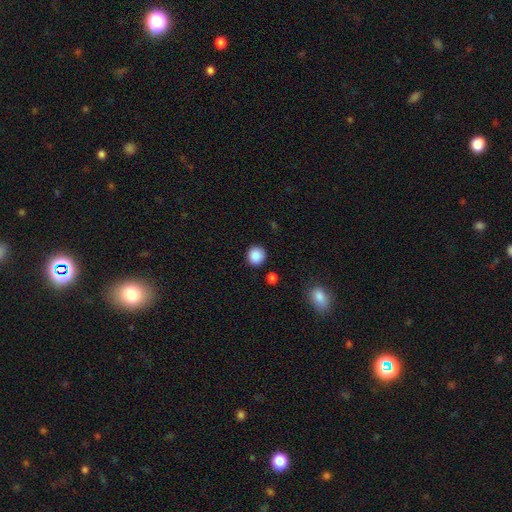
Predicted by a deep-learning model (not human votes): Q: Smooth or featured?
A: smooth (88%); runner-up: star or artifact (9%)
Q: How rounded?
A: round (93%); runner-up: in between (6%)
Q: Merging?
A: none (90%); runner-up: minor disturbance (6%)